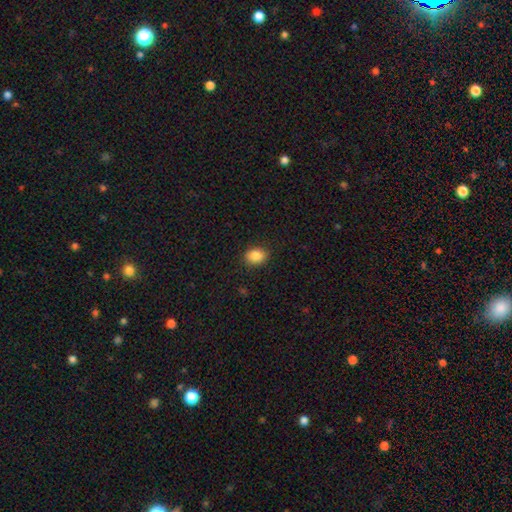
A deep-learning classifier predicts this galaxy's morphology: This appears to be a smooth galaxy with no disk features (86%) that is in between round and cigar-shaped (61%). Merging: none (88%).